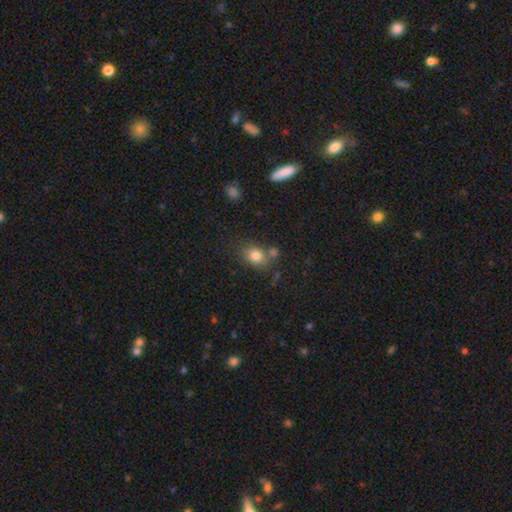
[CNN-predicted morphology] Smooth or featured: smooth — 79% (star or artifact — 11%)
How rounded: in between — 55% (round — 43%)
Merging: none — 62% (merger — 18%)